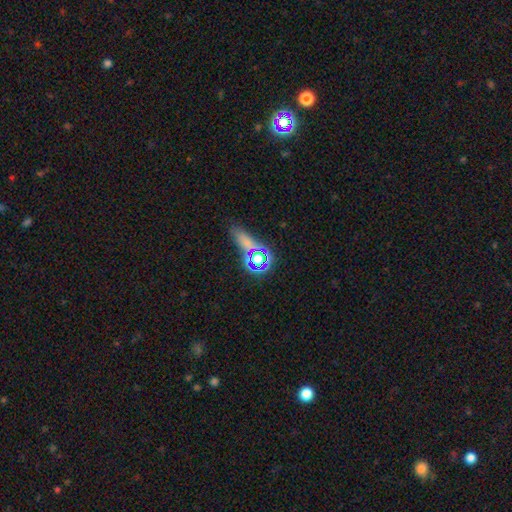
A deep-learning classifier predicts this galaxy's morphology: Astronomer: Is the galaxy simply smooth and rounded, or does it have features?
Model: star or artifact — 52% (runner-up: smooth, 36%).